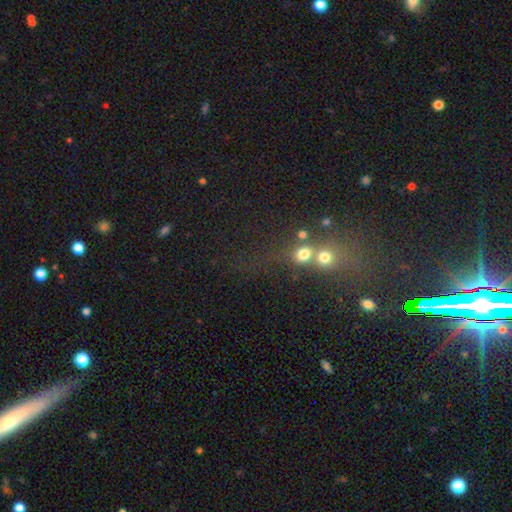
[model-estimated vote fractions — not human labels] star or artifact 52%, smooth 33%, featured or disk 16%.